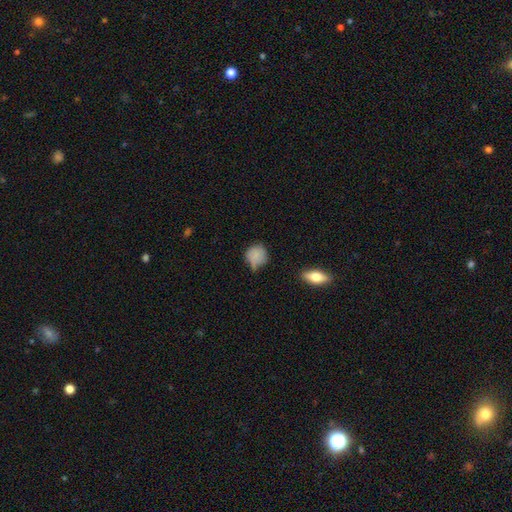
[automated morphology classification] Overall: smooth (78%). How rounded: round (78%). Merging: none (48%; minor disturbance 37%).